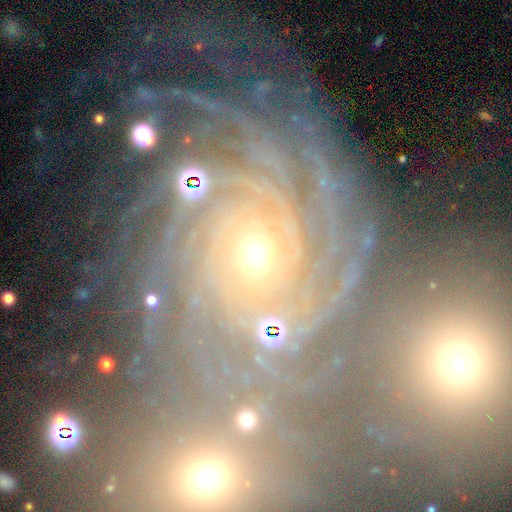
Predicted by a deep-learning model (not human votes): smooth_or_featured: featured or disk (p=0.88) [alt: star or artifact p=0.08]
disk_edge_on: no (p=0.98) [alt: yes p=0.02]
bar: no (p=0.72) [alt: weak p=0.18]
has_spiral_arms: yes (p=0.98) [alt: no p=0.02]
spiral_winding: tight (p=0.80) [alt: medium p=0.16]
spiral_arm_count: more than 4 (p=0.33) [alt: 4 p=0.22]
bulge_size: small (p=0.60) [alt: moderate p=0.35]
merging: none (p=0.52) [alt: merger p=0.22]